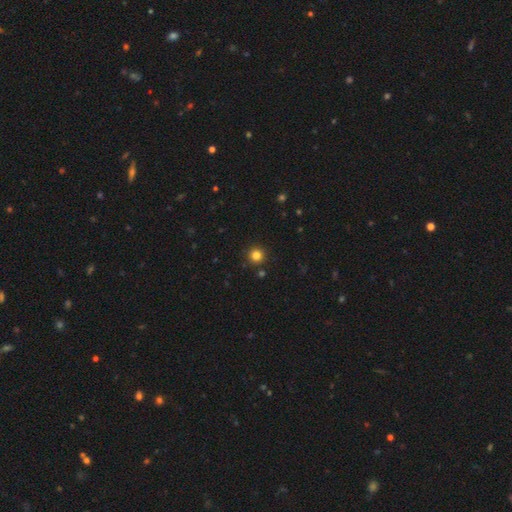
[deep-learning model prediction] Q: Smooth or featured?
A: smooth (82%); runner-up: star or artifact (14%)
Q: How rounded?
A: round (96%); runner-up: in between (3%)
Q: Merging?
A: none (91%); runner-up: minor disturbance (5%)